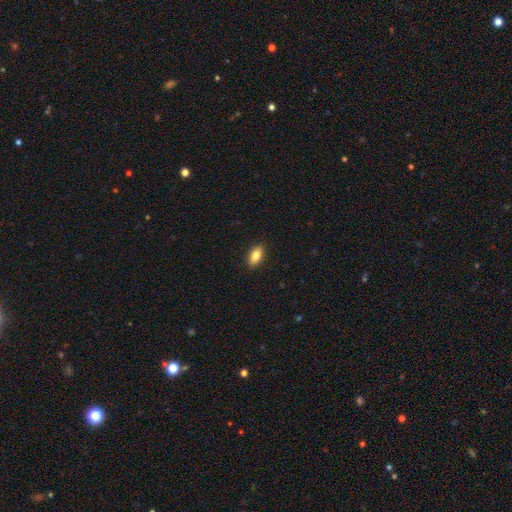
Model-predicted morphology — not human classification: type=smooth (82%); roundness=in between (87%); merging=none (90%).